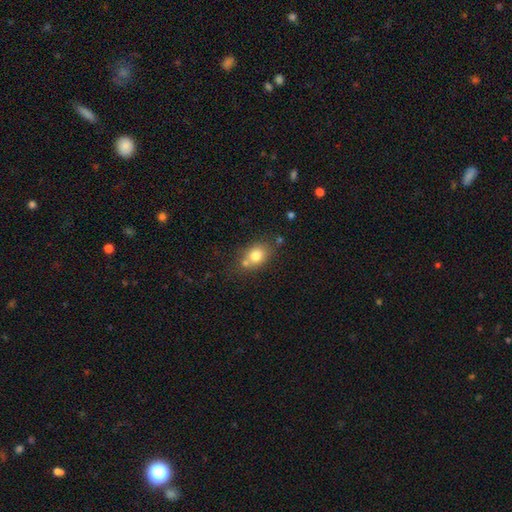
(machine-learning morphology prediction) The model was most divided on "how rounded": in between: 56%, round: 42%, cigar-shaped: 1%. More confident: smooth or featured — smooth (78%); merging — none (55%).